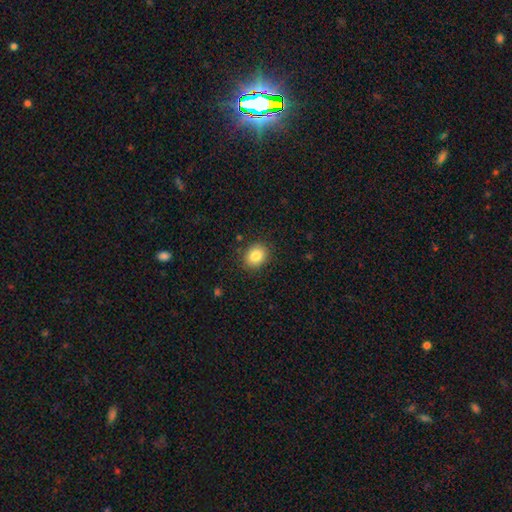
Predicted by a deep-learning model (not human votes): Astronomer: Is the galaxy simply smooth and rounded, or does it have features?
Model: smooth — 84%.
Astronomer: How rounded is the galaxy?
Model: round — 53% (runner-up: in between, 46%).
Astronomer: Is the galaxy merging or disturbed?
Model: none — 87%.